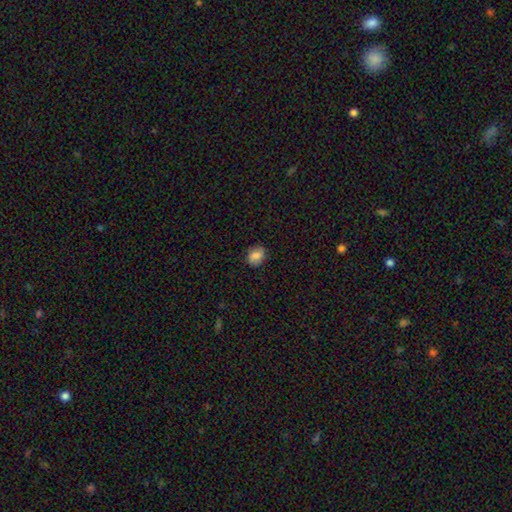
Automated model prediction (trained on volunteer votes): smooth 78%, featured or disk 13%, star or artifact 10%. Down the decision tree: how rounded — in between (56%); merging — none (83%).